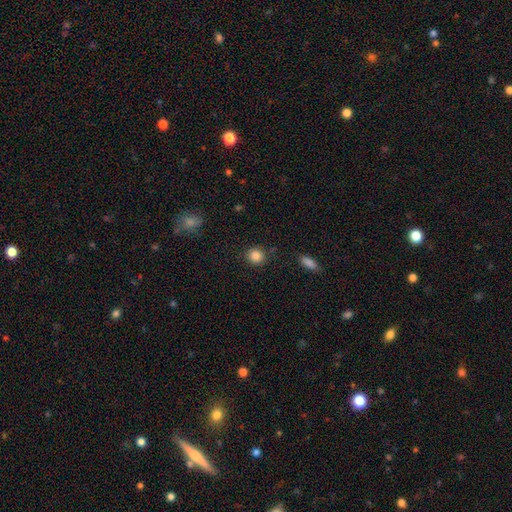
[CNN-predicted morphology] This is clearly a smooth galaxy (86%). How rounded: clearly round (89%). Merging: clearly none (87%).